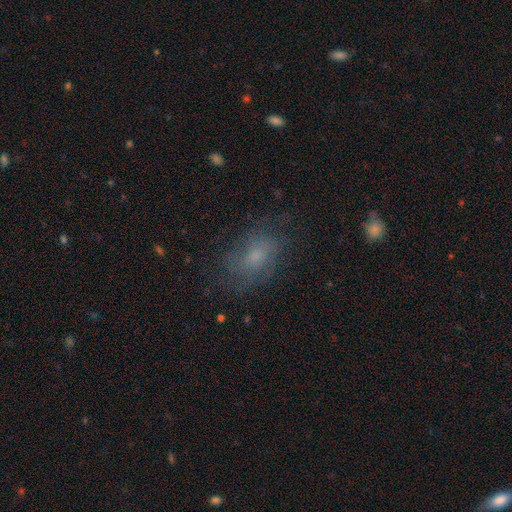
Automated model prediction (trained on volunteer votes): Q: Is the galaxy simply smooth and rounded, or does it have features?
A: smooth — 44%.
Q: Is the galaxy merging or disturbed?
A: none — 68%.